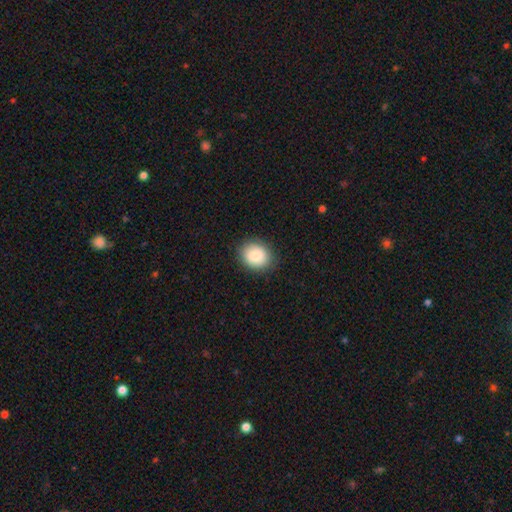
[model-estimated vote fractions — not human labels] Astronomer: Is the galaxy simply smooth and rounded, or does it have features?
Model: smooth — 88%.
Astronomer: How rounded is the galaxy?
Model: round — 59% (runner-up: in between, 41%).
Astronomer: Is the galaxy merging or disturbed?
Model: none — 88%.